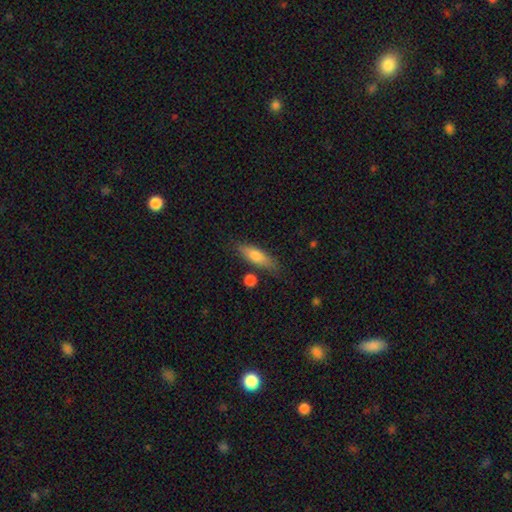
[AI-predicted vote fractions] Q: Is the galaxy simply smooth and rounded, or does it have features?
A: smooth — 71%.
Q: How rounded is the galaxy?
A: cigar-shaped — 53%.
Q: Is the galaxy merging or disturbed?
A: none — 74%.